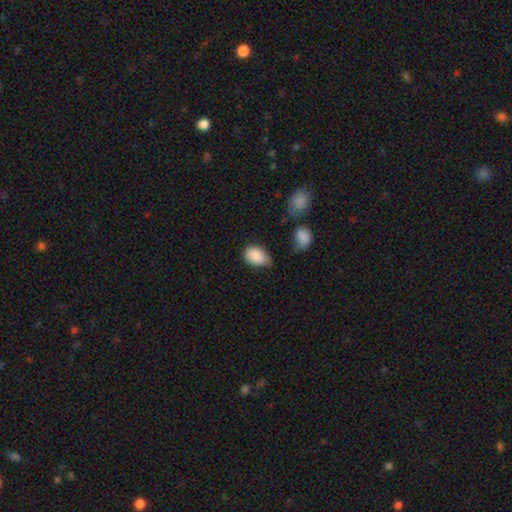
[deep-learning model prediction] Smooth or featured?
  - smooth: 86% *
  - star or artifact: 8%
  - featured or disk: 6%
How rounded?
  - in between: 84% *
  - round: 15%
  - cigar-shaped: 1%
Merging?
  - none: 47% *
  - minor disturbance: 40%
  - major disturbance: 9%
  - merger: 4%